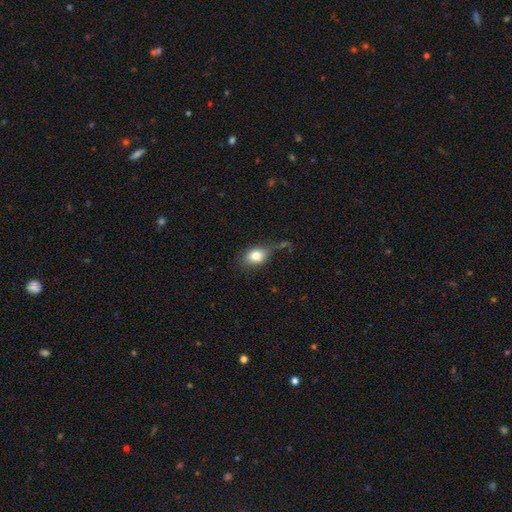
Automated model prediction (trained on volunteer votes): Morphology: type=smooth (81%); roundness=in between (76%); merging=none (68%).